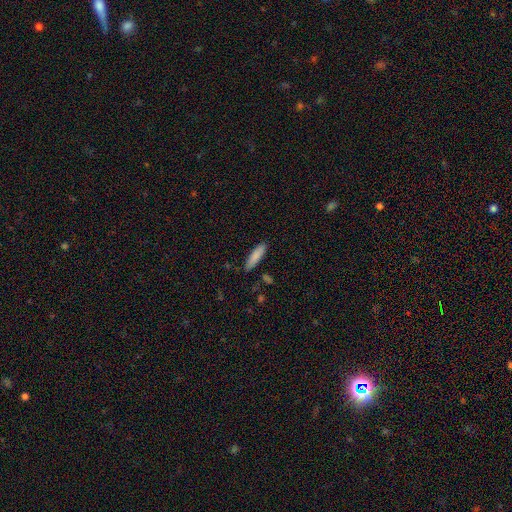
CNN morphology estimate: Q: Smooth or featured?
A: smooth (84%); runner-up: featured or disk (10%)
Q: How rounded?
A: cigar-shaped (74%); runner-up: in between (25%)
Q: Merging?
A: none (87%); runner-up: minor disturbance (10%)